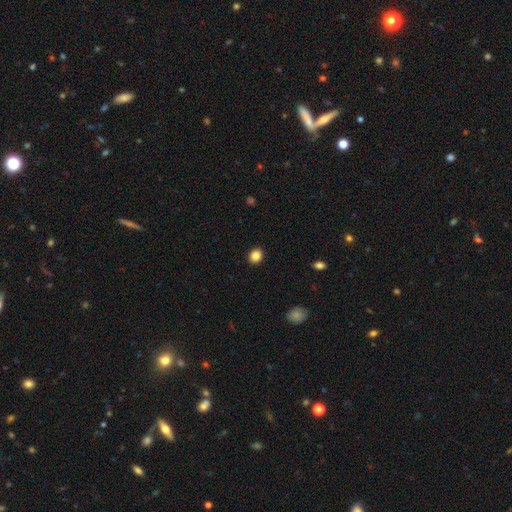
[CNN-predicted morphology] type=smooth (85%); roundness=round (69%); merging=none (91%).